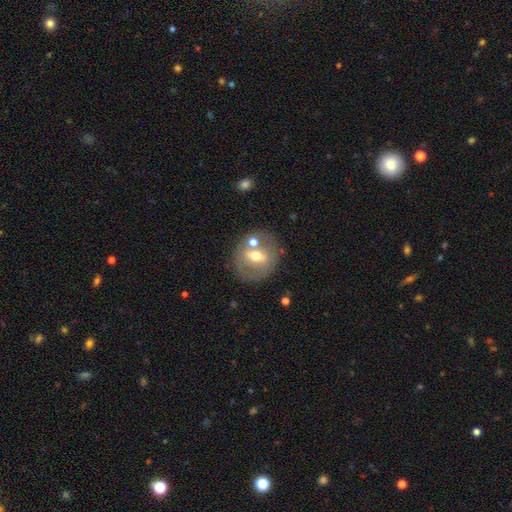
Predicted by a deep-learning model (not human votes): Smooth or featured? Predicted: featured or disk (p=0.49). Merging? Predicted: none (p=0.67).